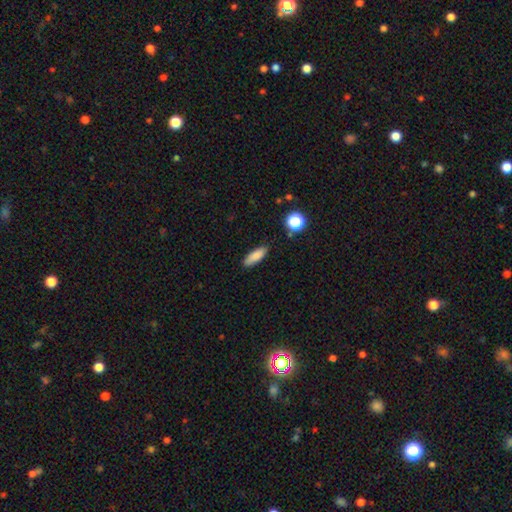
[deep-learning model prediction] The model was most divided on "how rounded": in between: 57%, cigar-shaped: 40%, round: 3%. More confident: merging — none (84%); smooth or featured — smooth (84%).